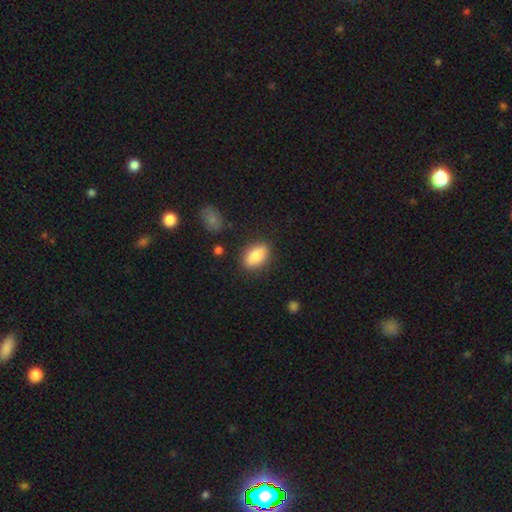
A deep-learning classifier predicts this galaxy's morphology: Smooth or featured: smooth — 83% (featured or disk — 10%)
How rounded: in between — 86% (round — 8%)
Merging: none — 84% (minor disturbance — 11%)